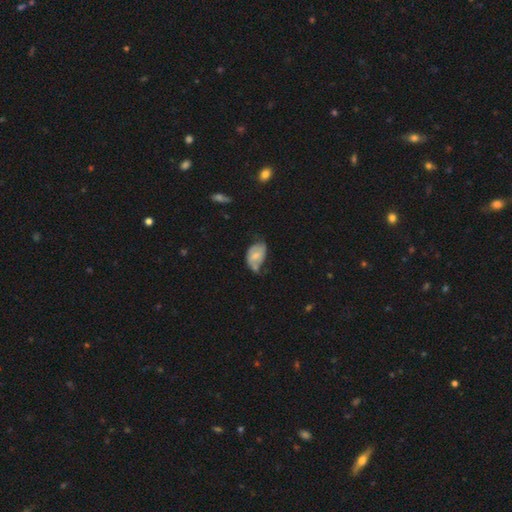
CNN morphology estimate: smooth 47%, featured or disk 45%, star or artifact 8%. Down the decision tree: merging — minor disturbance (39%).